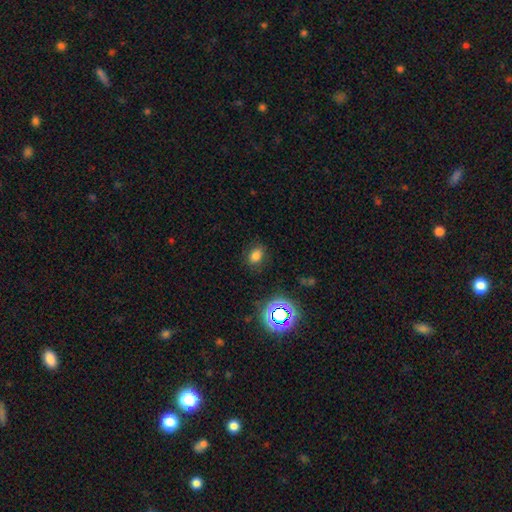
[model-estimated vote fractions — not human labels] A smooth galaxy with no disk features (74%) that is in between round and cigar-shaped (68%). Merging: none (81%).